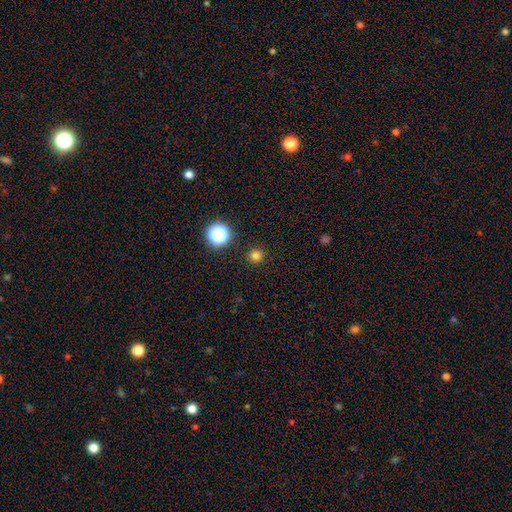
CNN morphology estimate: Smooth or featured? smooth (77%)
How rounded? round (95%)
Merging? none (91%)